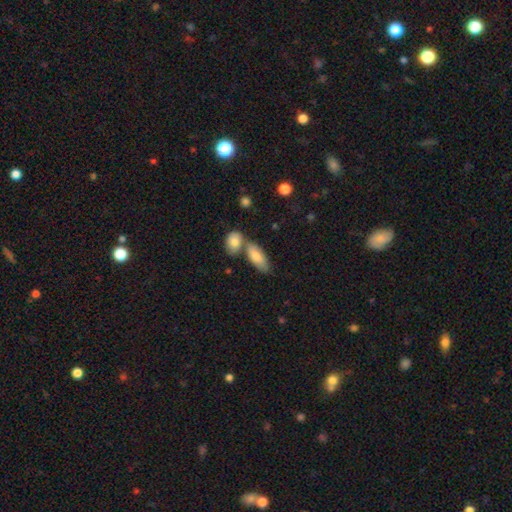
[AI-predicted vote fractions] The model was most divided on "merging": none: 51%, merger: 33%, minor disturbance: 13%, major disturbance: 4%. More confident: how rounded — in between (78%); smooth or featured — smooth (78%).